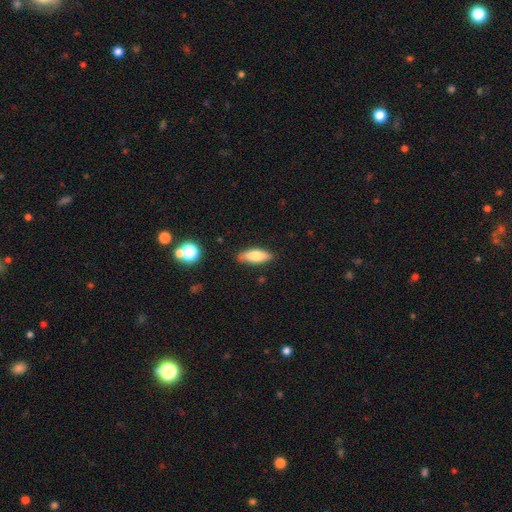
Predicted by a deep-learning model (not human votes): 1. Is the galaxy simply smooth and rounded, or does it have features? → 73% smooth, 20% featured or disk, 7% star or artifact.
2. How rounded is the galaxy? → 64% in between, 33% cigar-shaped, 3% round.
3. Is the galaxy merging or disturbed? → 83% none, 13% minor disturbance, 2% major disturbance, 2% merger.